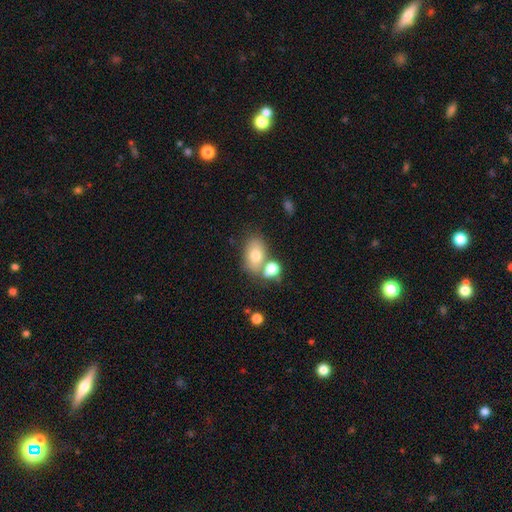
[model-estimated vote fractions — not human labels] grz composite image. It shows a smooth galaxy with no disk features (73%) that is in between round and cigar-shaped (80%). Merging: none (51%).